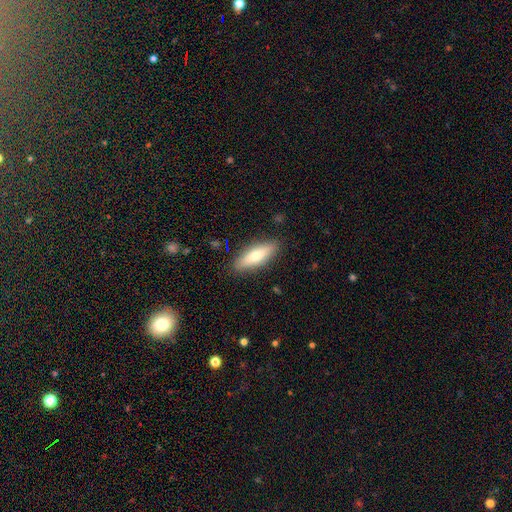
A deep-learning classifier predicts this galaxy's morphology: This appears to be a smooth galaxy with no disk features (70%) that is cigar-shaped (50%). Merging: none (87%).